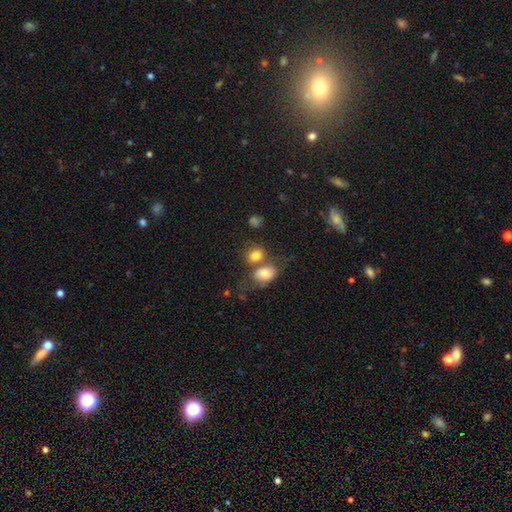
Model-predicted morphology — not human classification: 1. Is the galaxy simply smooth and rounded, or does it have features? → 79% smooth, 11% featured or disk, 10% star or artifact.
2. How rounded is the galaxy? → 50% round, 49% in between, 1% cigar-shaped.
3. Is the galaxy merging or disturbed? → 47% merger, 37% none, 11% minor disturbance, 6% major disturbance.